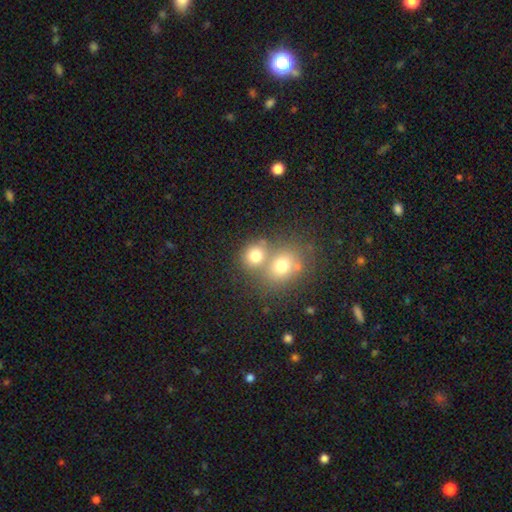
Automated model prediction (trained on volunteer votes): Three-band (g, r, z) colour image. It shows a smooth galaxy with no disk features (73%) that is round (75%). Merging: merger (49%).